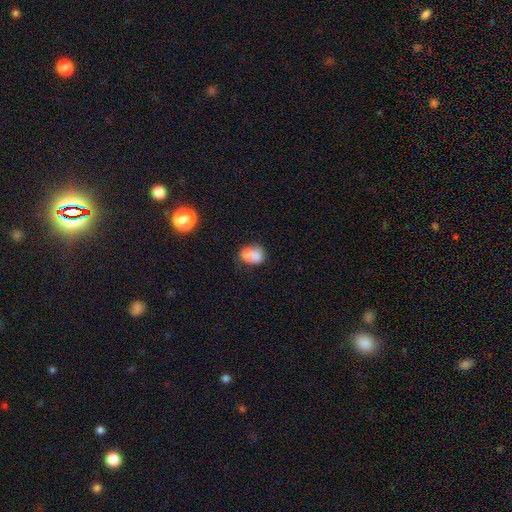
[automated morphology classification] smooth-or-featured: smooth: 67% | featured or disk: 23% | star or artifact: 10%
  how-rounded: round: 57% | in between: 42% | cigar-shaped: 1%
  merging: merger: 61% | none: 24% | minor disturbance: 10% | major disturbance: 6%